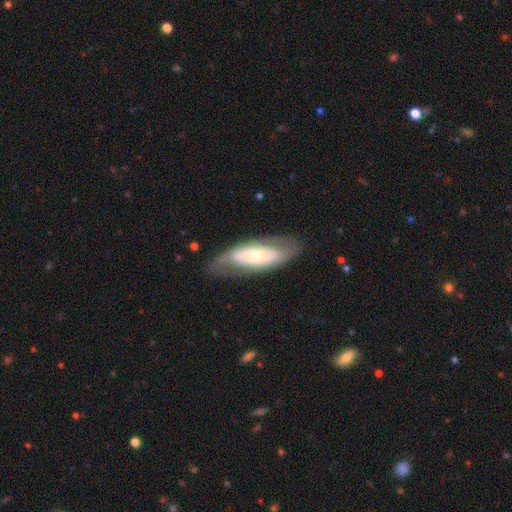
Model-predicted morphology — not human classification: Overall: featured or disk (61%; smooth 33%). Edge-on disk: no (83%). Bar: no (74%). Spiral arms: no (60%; yes 40%). Bulge size: moderate (47%; small 44%). Merging: none (74%).